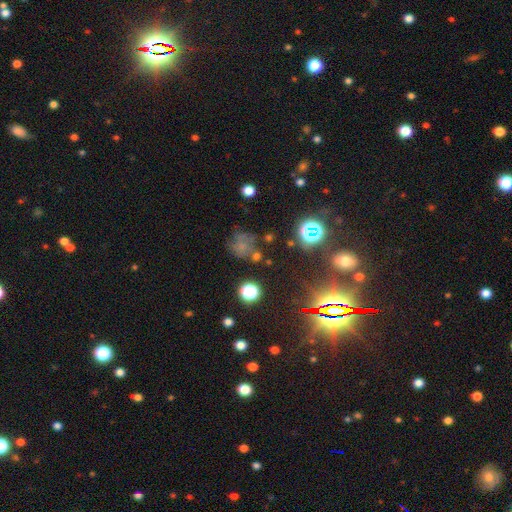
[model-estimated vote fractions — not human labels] The model was most divided on "smooth or featured": star or artifact: 44%, smooth: 40%, featured or disk: 16%.